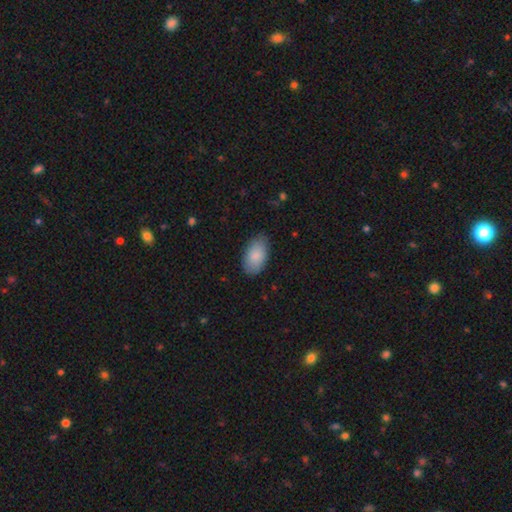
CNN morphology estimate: A smooth galaxy with no disk features (86%) that is in between round and cigar-shaped (95%). Merging: none (83%).